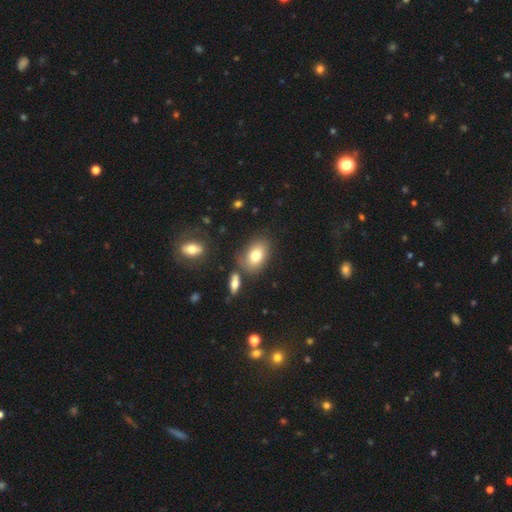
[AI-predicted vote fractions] Smooth or featured?
  - smooth: 77% *
  - featured or disk: 14%
  - star or artifact: 9%
How rounded?
  - in between: 82% *
  - round: 17%
  - cigar-shaped: 2%
Merging?
  - none: 68% *
  - minor disturbance: 15%
  - merger: 11%
  - major disturbance: 5%